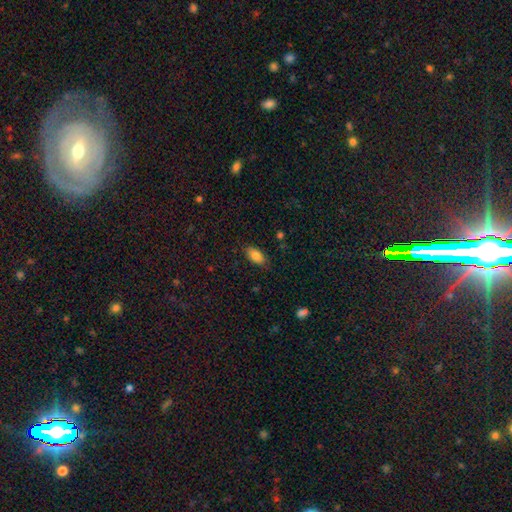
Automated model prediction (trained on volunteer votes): Overall: smooth (83%). How rounded: in between (91%). Merging: none (82%).